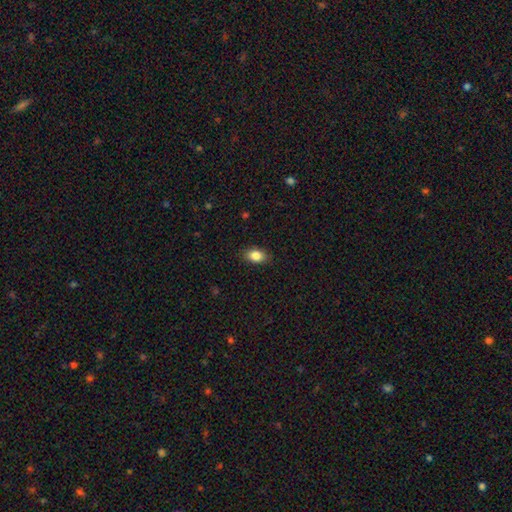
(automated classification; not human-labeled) Smooth or featured?
  - smooth: 85% *
  - star or artifact: 8%
  - featured or disk: 6%
How rounded?
  - in between: 84% *
  - round: 14%
  - cigar-shaped: 2%
Merging?
  - none: 87% *
  - minor disturbance: 10%
  - major disturbance: 2%
  - merger: 1%